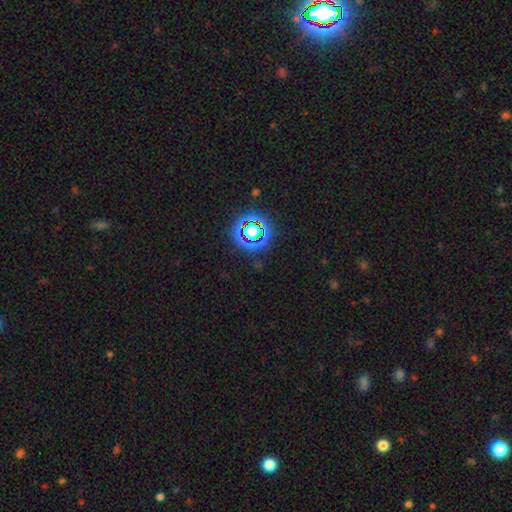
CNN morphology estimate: A star or artifact, not a galaxy (76%).